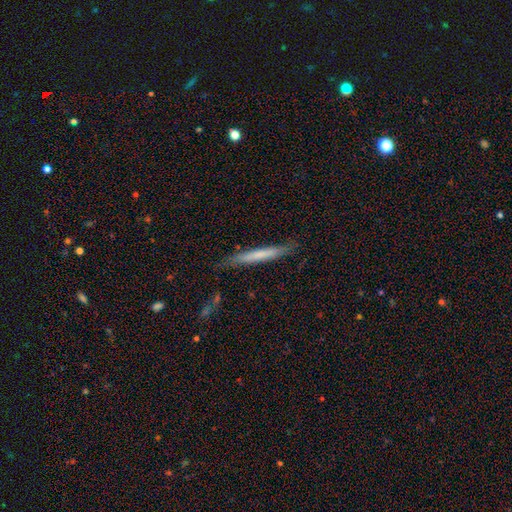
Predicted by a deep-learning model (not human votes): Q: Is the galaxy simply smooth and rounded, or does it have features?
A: smooth — 50%.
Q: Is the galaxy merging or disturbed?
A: none — 84%.